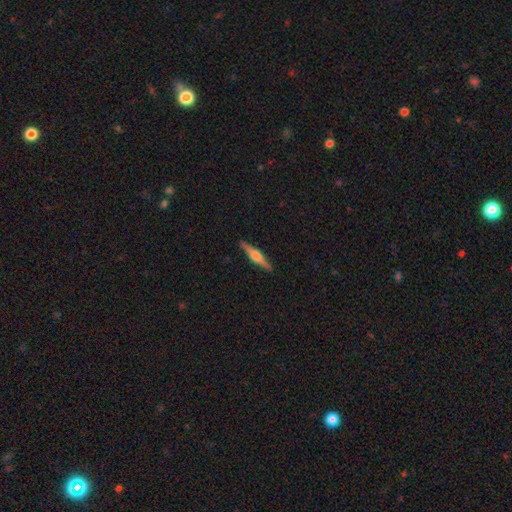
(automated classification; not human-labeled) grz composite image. It shows a featured or disk galaxy (73%) viewed edge-on (98%) with a rounded central bulge (84%). Merging: none (91%).